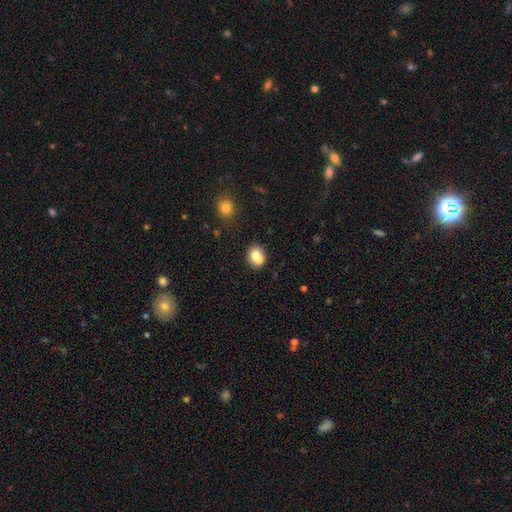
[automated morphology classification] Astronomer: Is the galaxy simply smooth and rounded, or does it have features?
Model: smooth — 77%.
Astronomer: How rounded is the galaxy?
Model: round — 65%.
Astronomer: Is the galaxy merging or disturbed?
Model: none — 65%.